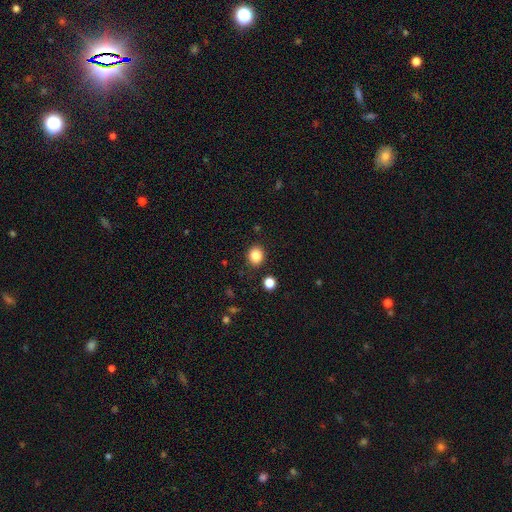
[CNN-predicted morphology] A smooth galaxy with no disk features (85%) that is round (74%).

Vote fractions:
- Smooth or featured? smooth: 85% / star or artifact: 10% / featured or disk: 4%
- How rounded? round: 74% / in between: 25% / cigar-shaped: 1%
- Merging? none: 88% / minor disturbance: 7% / merger: 2% / major disturbance: 2%